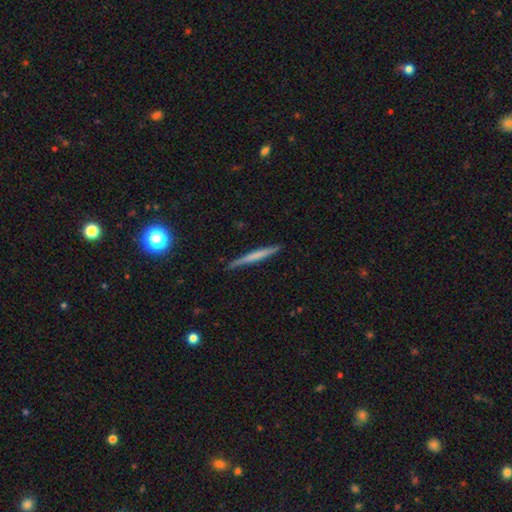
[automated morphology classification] smooth 50%, featured or disk 43%, star or artifact 6%. Down the decision tree: how rounded — cigar-shaped (96%); merging — none (89%).